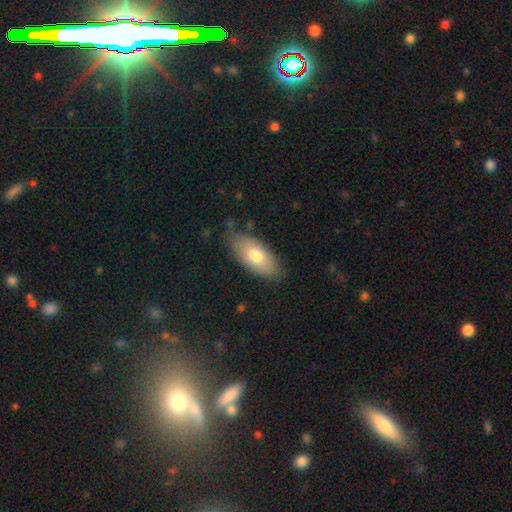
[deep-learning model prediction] A smooth galaxy with no disk features (74%) that is in between round and cigar-shaped (87%).

Vote fractions:
- Smooth or featured? smooth: 74% / featured or disk: 20% / star or artifact: 6%
- How rounded? in between: 87% / cigar-shaped: 10% / round: 3%
- Merging? none: 76% / minor disturbance: 18% / major disturbance: 4% / merger: 2%